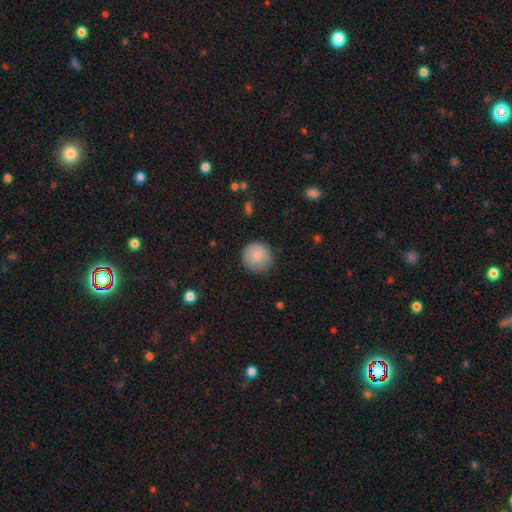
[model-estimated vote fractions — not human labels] Q: Smooth or featured?
A: smooth (86%); runner-up: featured or disk (7%)
Q: How rounded?
A: round (94%); runner-up: in between (5%)
Q: Merging?
A: none (82%); runner-up: minor disturbance (14%)